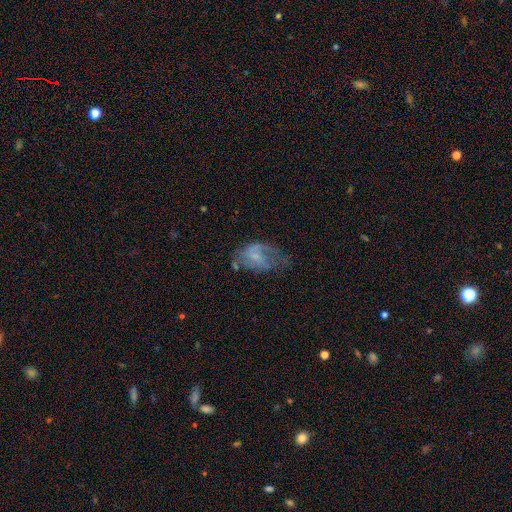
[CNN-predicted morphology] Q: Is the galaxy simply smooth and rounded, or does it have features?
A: featured or disk — 61%.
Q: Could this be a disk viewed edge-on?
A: no — 97%.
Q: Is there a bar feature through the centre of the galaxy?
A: no — 52%.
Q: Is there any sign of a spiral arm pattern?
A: yes — 74%.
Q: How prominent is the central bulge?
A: small — 53%.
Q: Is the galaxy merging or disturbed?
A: none — 35%.